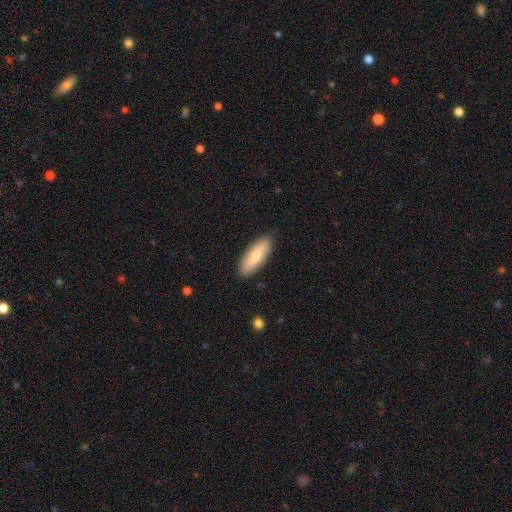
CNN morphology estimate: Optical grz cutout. It shows a smooth galaxy with no disk features (73%) that is in between round and cigar-shaped (58%). Merging: none (88%).